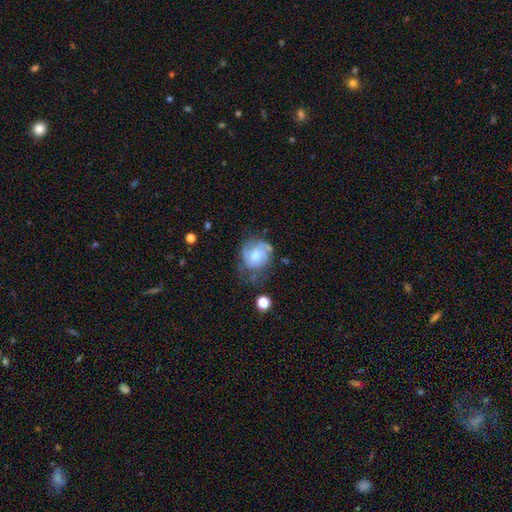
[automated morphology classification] featured or disk 64%, smooth 29%, star or artifact 7%. Down the decision tree: edge-on disk — no (97%); bar — no (74%); spiral arms — yes (78%); bulge size — moderate (64%); merging — none (47%).